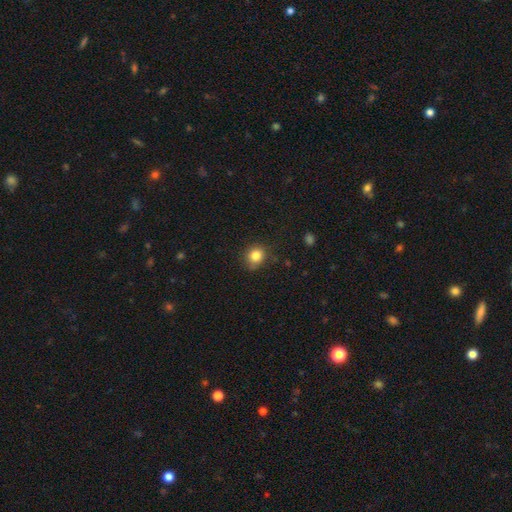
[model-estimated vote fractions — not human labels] Morphology: type=smooth (83%); roundness=round (84%); merging=none (78%).